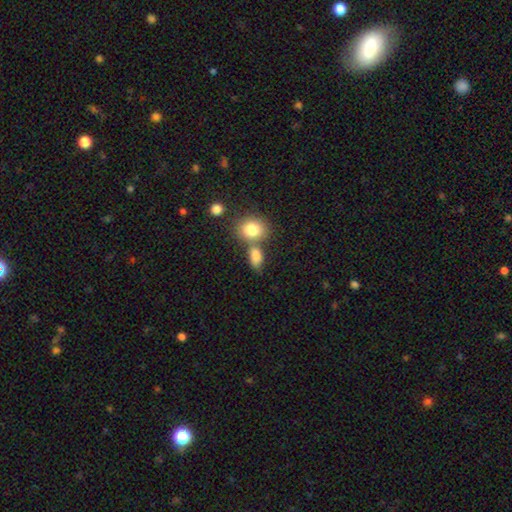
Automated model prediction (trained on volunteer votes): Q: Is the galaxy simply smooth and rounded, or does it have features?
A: smooth — 84%.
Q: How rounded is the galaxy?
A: in between — 75%.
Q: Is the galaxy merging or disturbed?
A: none — 48%.